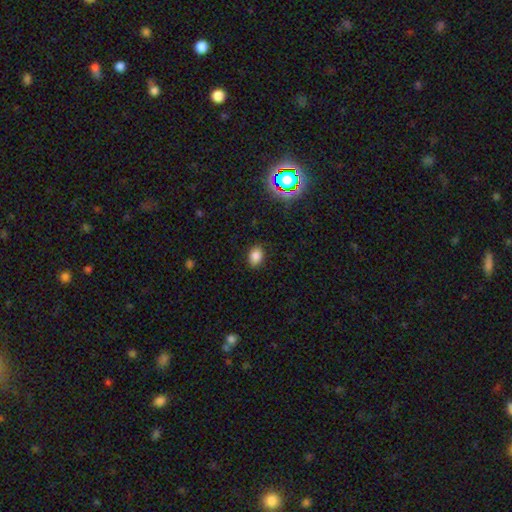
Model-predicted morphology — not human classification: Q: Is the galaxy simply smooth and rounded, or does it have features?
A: smooth — 82%.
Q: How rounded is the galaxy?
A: in between — 75%.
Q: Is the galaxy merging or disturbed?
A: none — 86%.